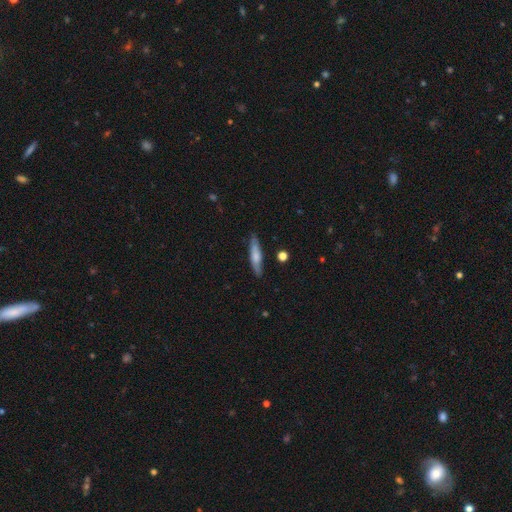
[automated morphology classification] Smooth or featured? smooth (62%)
How rounded? cigar-shaped (82%)
Merging? none (83%)